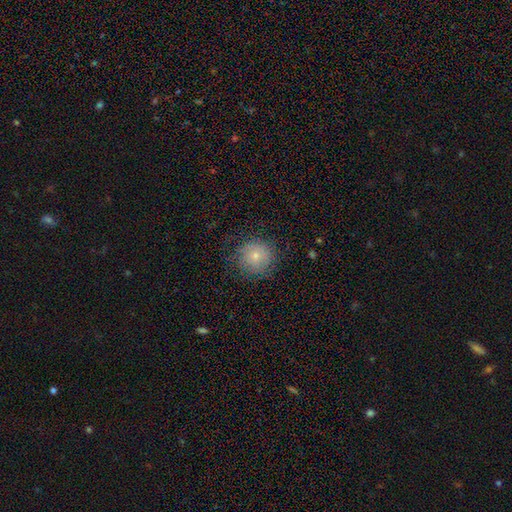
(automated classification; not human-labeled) Morphology: type=smooth (69%); roundness=round (92%); merging=none (76%).